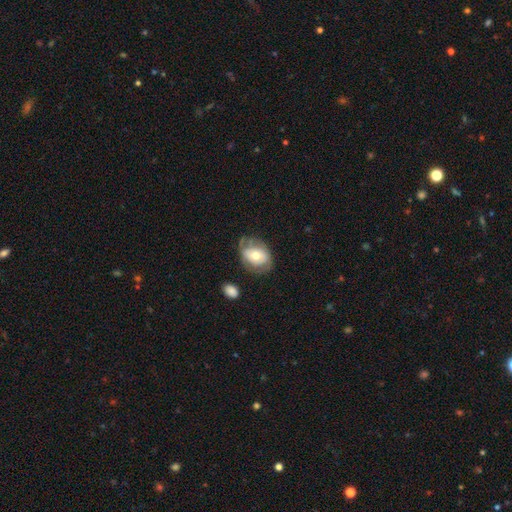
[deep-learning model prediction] Smooth or featured? featured or disk (47%)
Merging? none (58%)